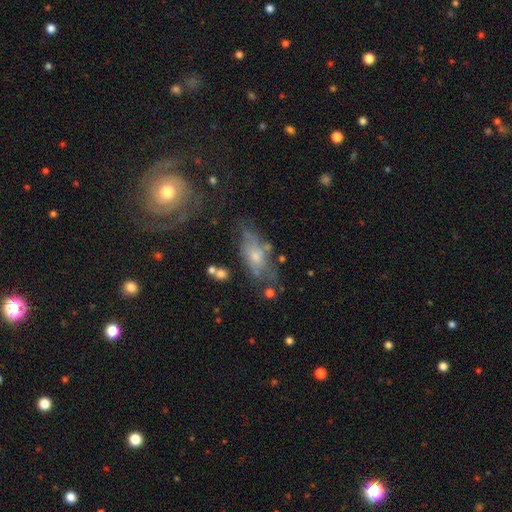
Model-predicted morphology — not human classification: This appears to be a featured or disk galaxy (54%). Merging: none (53%).